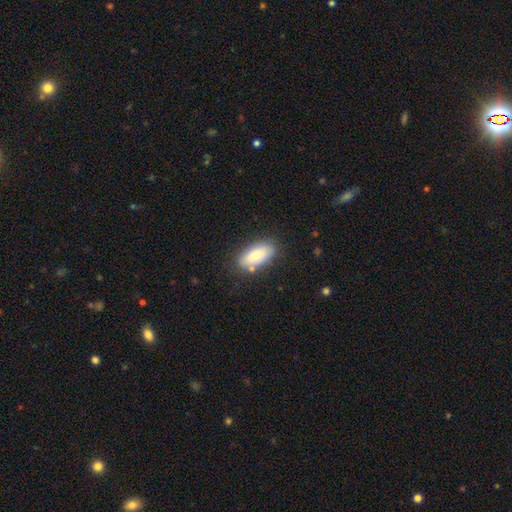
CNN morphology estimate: This appears to be a smooth galaxy with no disk features (75%) that is in between round and cigar-shaped (88%). Merging: none (79%).